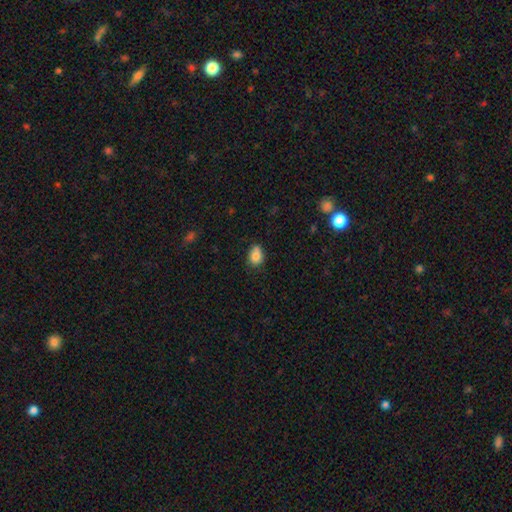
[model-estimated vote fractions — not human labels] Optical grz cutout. It shows a smooth galaxy with no disk features (83%) that is in between round and cigar-shaped (66%). Merging: none (61%).